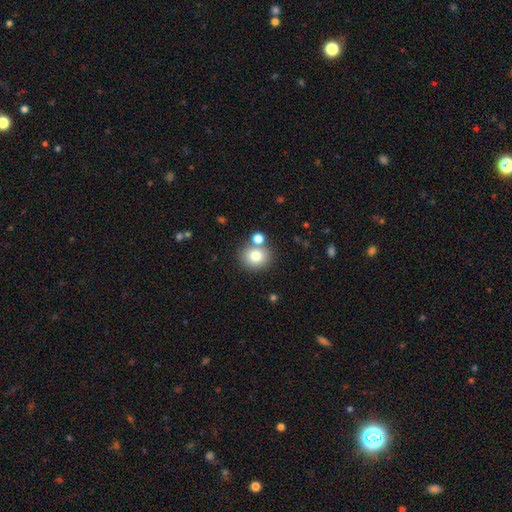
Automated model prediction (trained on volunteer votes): Q: Smooth or featured?
A: smooth (78%); runner-up: star or artifact (12%)
Q: How rounded?
A: round (85%); runner-up: in between (15%)
Q: Merging?
A: none (69%); runner-up: merger (19%)